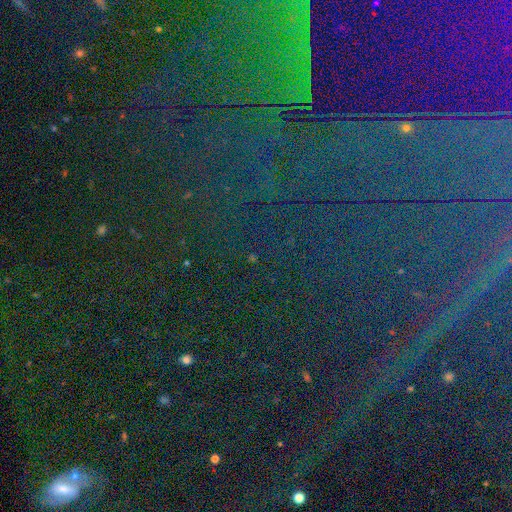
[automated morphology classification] Smooth or featured? star or artifact (86%)